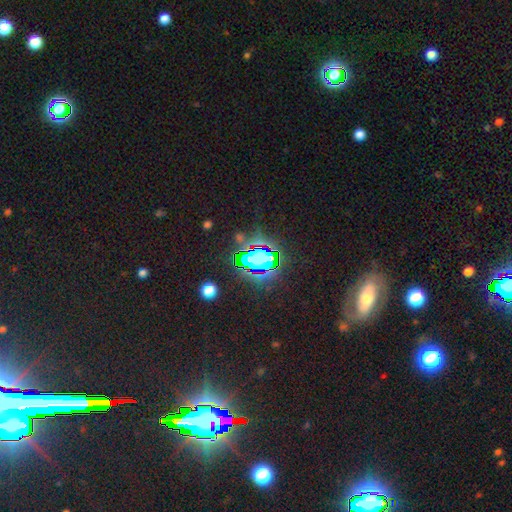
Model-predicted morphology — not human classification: Smooth or featured? Predicted: star or artifact (p=0.67).